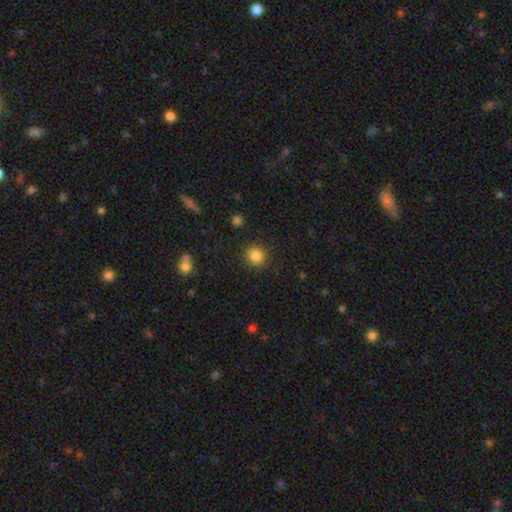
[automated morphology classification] Smooth or featured: smooth — 84% (star or artifact — 11%)
How rounded: round — 89% (in between — 10%)
Merging: none — 89% (minor disturbance — 7%)